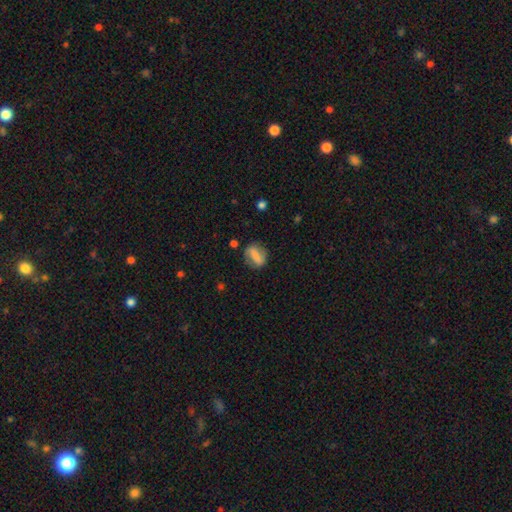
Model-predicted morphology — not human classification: A smooth galaxy with no disk features (58%) that is in between round and cigar-shaped (64%). Merging: none (74%).